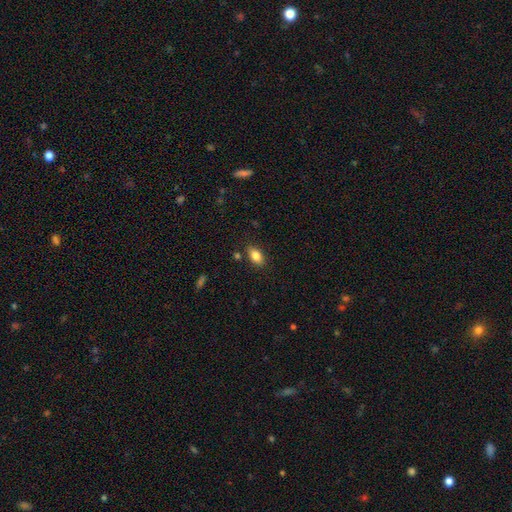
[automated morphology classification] The model was most divided on "smooth or featured": smooth: 82%, featured or disk: 10%, star or artifact: 9%. More confident: how rounded — in between (89%); merging — none (84%).